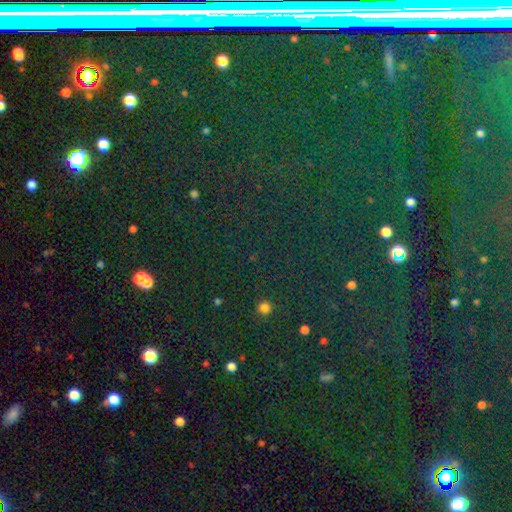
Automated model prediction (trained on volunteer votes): A star or artifact, not a galaxy (79%).

Vote fractions:
- Smooth or featured? star or artifact: 79% / smooth: 13% / featured or disk: 8%